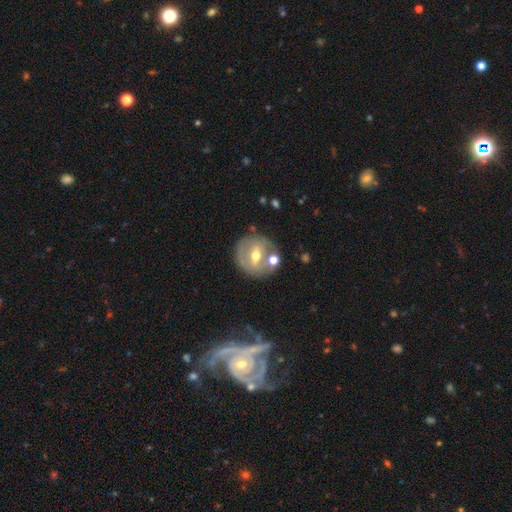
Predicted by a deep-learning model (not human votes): Smooth or featured: featured or disk — 57% (smooth — 35%)
Edge-on disk: no — 89% (yes — 11%)
Bar: weak — 39% (strong — 38%)
Spiral arms: no — 76% (yes — 24%)
Bulge size: moderate — 71% (small — 23%)
Merging: none — 72% (merger — 12%)